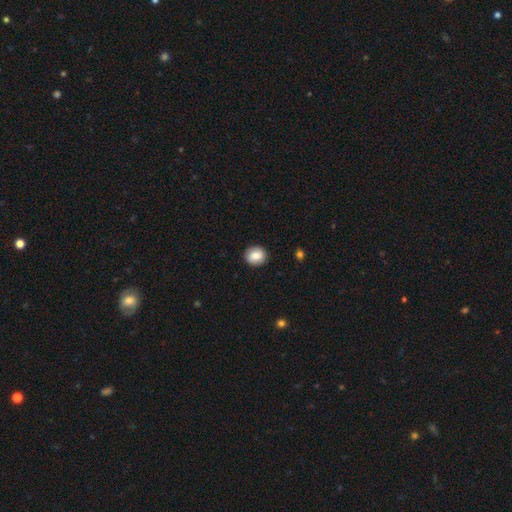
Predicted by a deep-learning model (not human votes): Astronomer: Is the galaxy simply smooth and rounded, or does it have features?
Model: smooth — 80%.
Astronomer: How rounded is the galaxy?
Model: round — 81%.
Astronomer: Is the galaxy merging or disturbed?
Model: none — 89%.